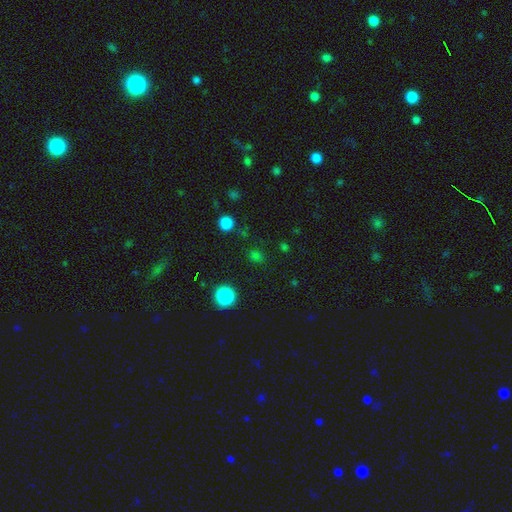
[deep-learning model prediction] A smooth galaxy with no disk features (59%) that is round (74%).

Vote fractions:
- Smooth or featured? smooth: 59% / star or artifact: 36% / featured or disk: 5%
- How rounded? round: 74% / in between: 24% / cigar-shaped: 1%
- Merging? none: 82% / minor disturbance: 11% / major disturbance: 4% / merger: 3%